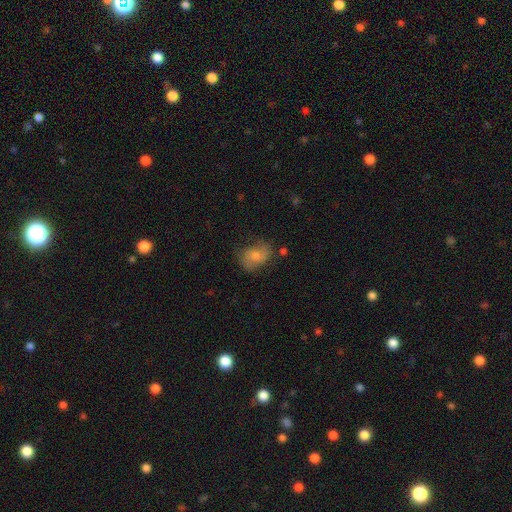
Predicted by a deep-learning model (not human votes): smooth-or-featured: smooth: 54% | featured or disk: 37% | star or artifact: 9%
  how-rounded: in between: 63% | round: 35% | cigar-shaped: 2%
  merging: none: 58% | minor disturbance: 26% | major disturbance: 13% | merger: 3%